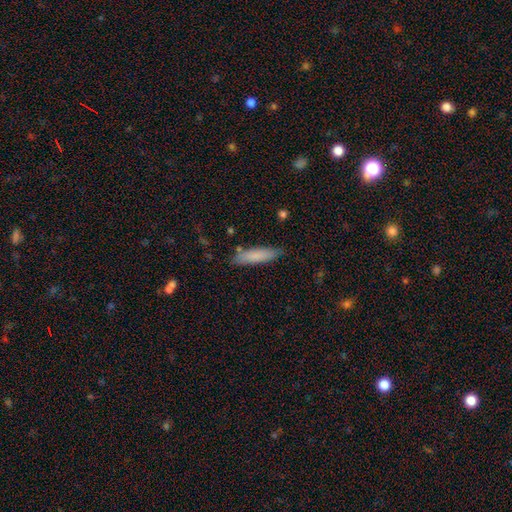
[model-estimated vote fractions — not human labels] The model was most divided on "how rounded": cigar-shaped: 76%, in between: 23%, round: 1%. More confident: smooth or featured — smooth (82%); merging — none (82%).